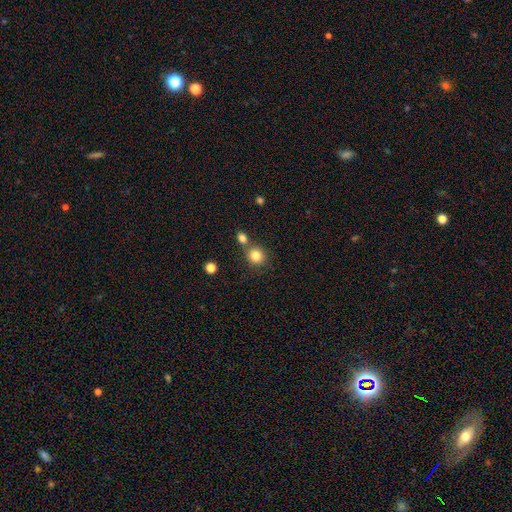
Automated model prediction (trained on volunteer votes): smooth_or_featured: smooth (p=0.83) [alt: star or artifact p=0.11]
how_rounded: round (p=0.87) [alt: in between p=0.12]
merging: none (p=0.66) [alt: merger p=0.23]